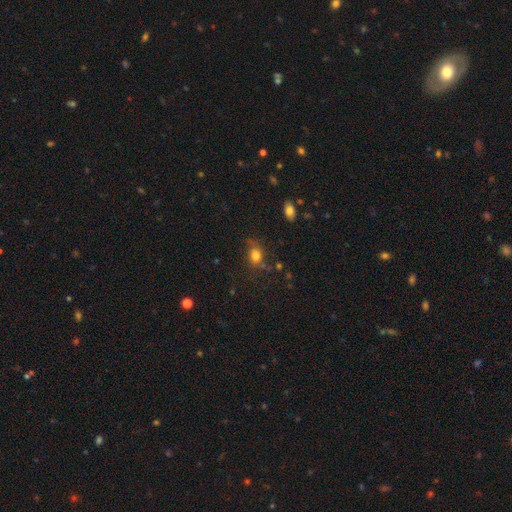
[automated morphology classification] smooth_or_featured: smooth (p=0.75) [alt: star or artifact p=0.13]
how_rounded: in between (p=0.50) [alt: round p=0.48]
merging: none (p=0.63) [alt: minor disturbance p=0.23]